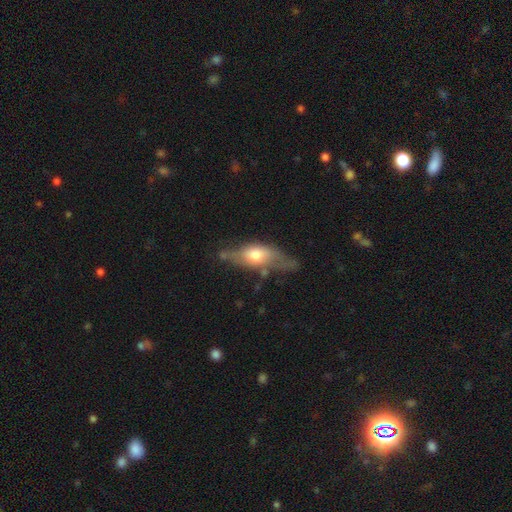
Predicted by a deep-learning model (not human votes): Smooth or featured? Predicted: featured or disk (p=0.53). Edge-on disk? Predicted: yes (p=0.61). Merging? Predicted: none (p=0.54).